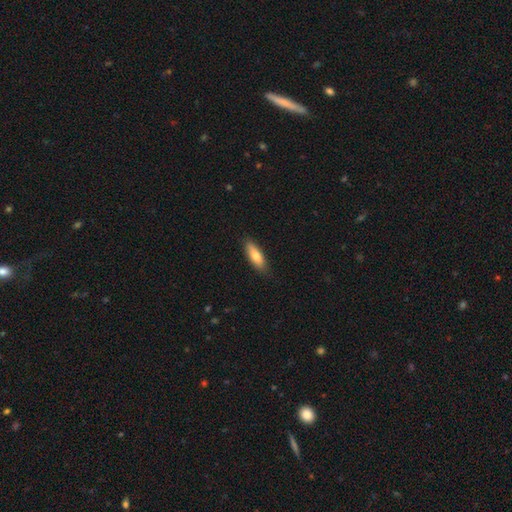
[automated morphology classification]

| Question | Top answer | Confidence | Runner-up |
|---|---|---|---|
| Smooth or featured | smooth | 76% | featured or disk (18%) |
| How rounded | in between | 53% | cigar-shaped (45%) |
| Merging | none | 84% | minor disturbance (13%) |